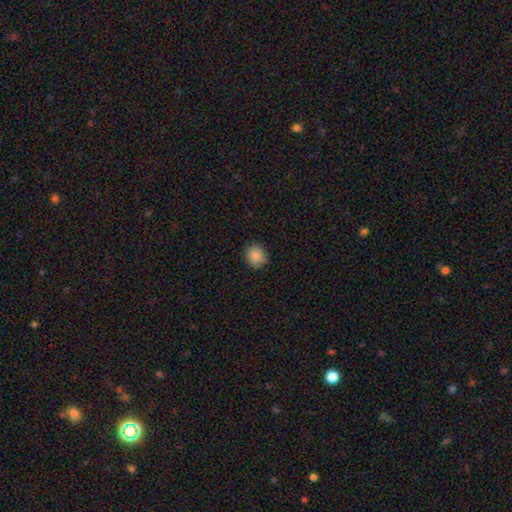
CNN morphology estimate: Smooth or featured: smooth — 86% (star or artifact — 9%)
How rounded: round — 80% (in between — 19%)
Merging: none — 87% (minor disturbance — 9%)